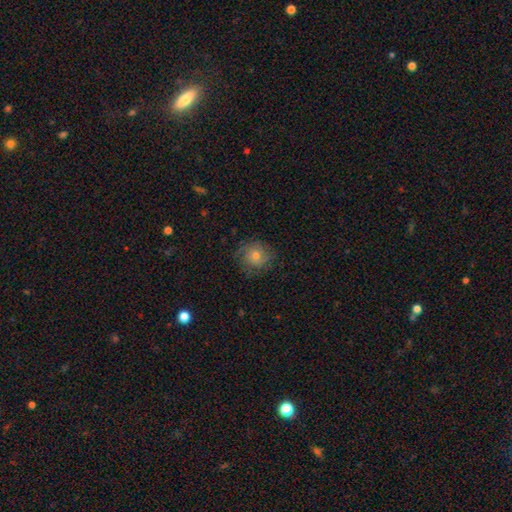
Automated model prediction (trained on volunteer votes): This is possibly a smooth galaxy (57%). How rounded: clearly round (88%). Merging: likely none (73%).